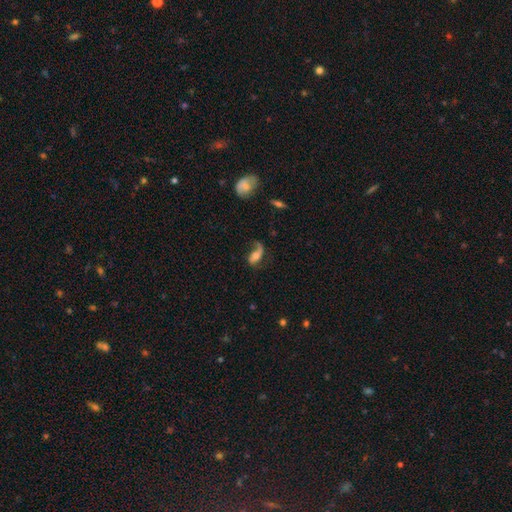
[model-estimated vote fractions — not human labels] Smooth or featured? featured or disk (64%)
Edge-on disk? no (92%)
Bar? no (56%)
Spiral arms? yes (86%)
Spiral winding? loose (77%)
Spiral arm count? 2 (52%)
Bulge size? moderate (53%)
Merging? none (43%)